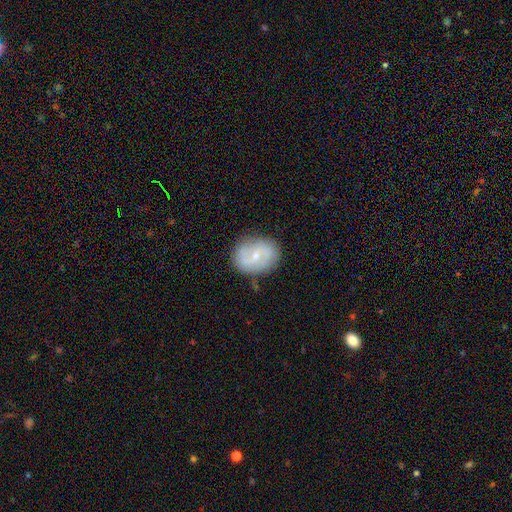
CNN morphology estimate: Smooth or featured?
  - featured or disk: 64% *
  - smooth: 29%
  - star or artifact: 7%
Edge-on disk?
  - no: 97% *
  - yes: 3%
Bar?
  - no: 46% *
  - weak: 43%
  - strong: 11%
Spiral arms?
  - yes: 81% *
  - no: 19%
Spiral winding?
  - medium: 44% *
  - loose: 30%
  - tight: 26%
Spiral arm count?
  - 2: 76% *
  - can't tell: 15%
  - 3: 4%
  - 1: 3%
  - 4: 2%
  - more than 4: 1%
Bulge size?
  - small: 66% *
  - moderate: 31%
  - none: 2%
  - large: 1%
  - dominant: 1%
Merging?
  - none: 78% *
  - minor disturbance: 15%
  - major disturbance: 4%
  - merger: 2%